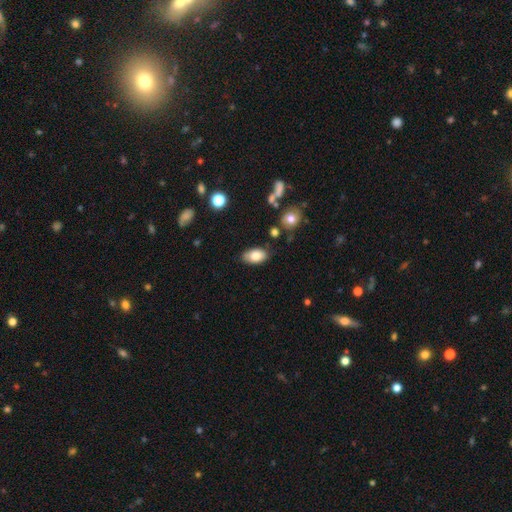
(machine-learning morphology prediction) smooth 82%, featured or disk 10%, star or artifact 8%. Down the decision tree: how rounded — in between (93%); merging — none (82%).